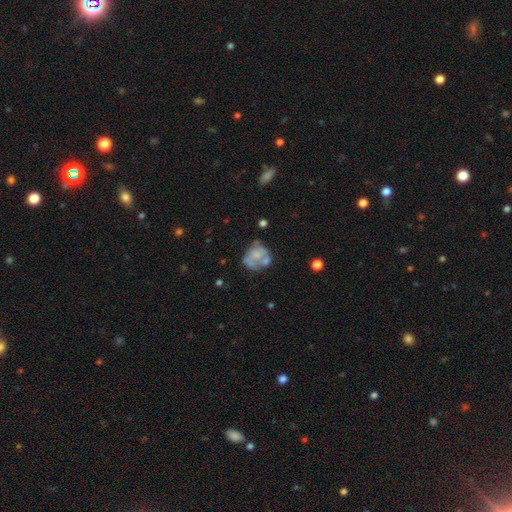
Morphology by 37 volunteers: smooth-or-featured: featured or disk: 57% | smooth: 41% | star or artifact: 3%
  disk-edge-on: no: 100% | yes: 0%
    bar: no: 95% | strong: 5% | weak: 0%
    has-spiral-arms: no: 95% | yes: 5%
    bulge-size: none: 57% | small: 24% | moderate: 14% | large: 5% | dominant: 0%
  merging: none: 33% | merger: 25% | minor disturbance: 22% | major disturbance: 19%